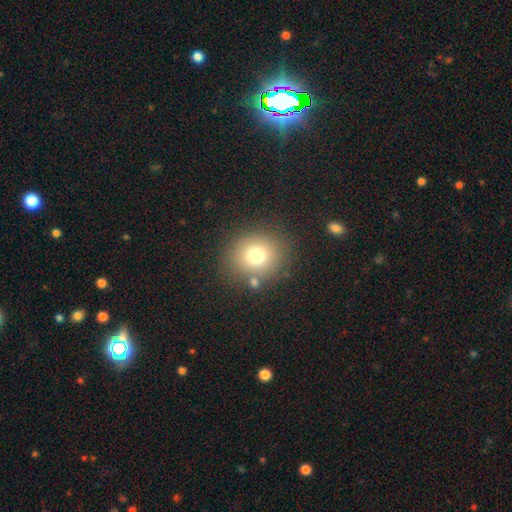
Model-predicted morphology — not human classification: Overall: smooth (64%; star or artifact 26%). How rounded: round (81%). Merging: none (84%).